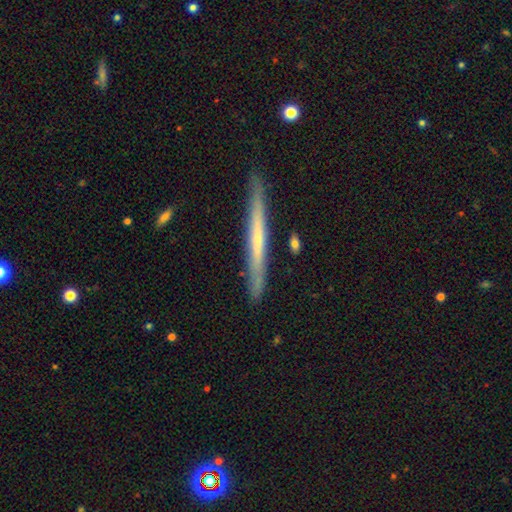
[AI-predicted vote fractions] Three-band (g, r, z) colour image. It shows a featured or disk galaxy (60%) viewed edge-on (96%) with no central bulge (68%). Merging: none (88%).